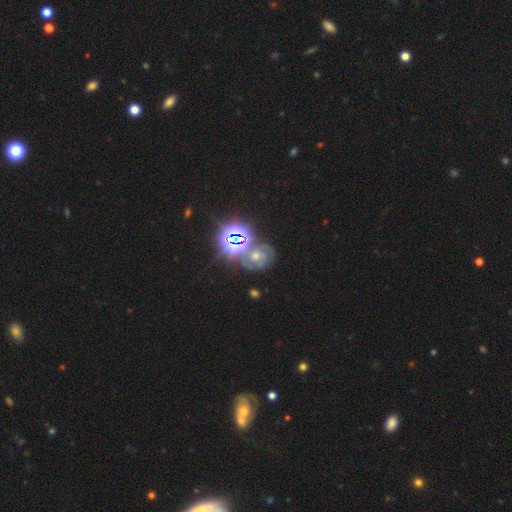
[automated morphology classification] A star or artifact, not a galaxy (54%).

Vote fractions:
- Smooth or featured? star or artifact: 54% / featured or disk: 29% / smooth: 17%